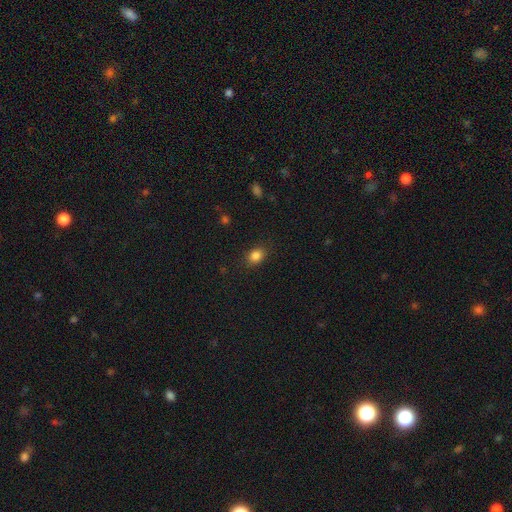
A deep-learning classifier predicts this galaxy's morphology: This appears to be a smooth galaxy with no disk features (85%) that is in between round and cigar-shaped (56%). Merging: none (86%).